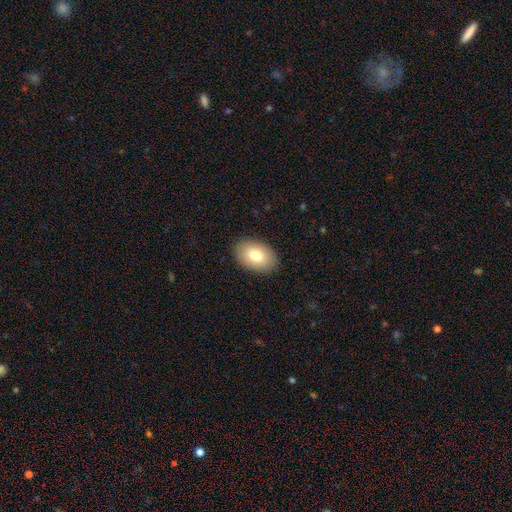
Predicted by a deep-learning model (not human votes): This is likely a smooth galaxy (79%). How rounded: clearly in between (89%). Merging: clearly none (89%).